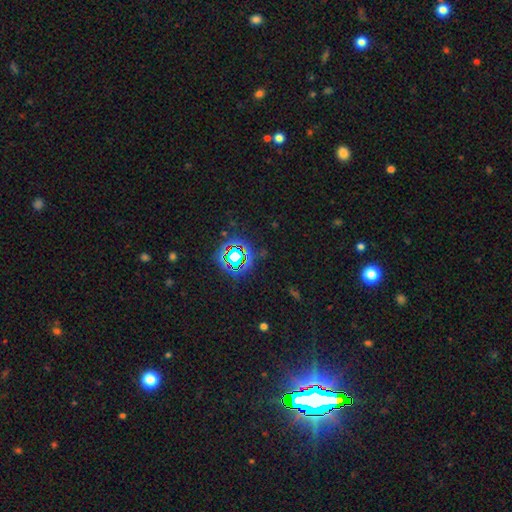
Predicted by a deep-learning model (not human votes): smooth_or_featured: star or artifact (p=0.81) [alt: smooth p=0.12]